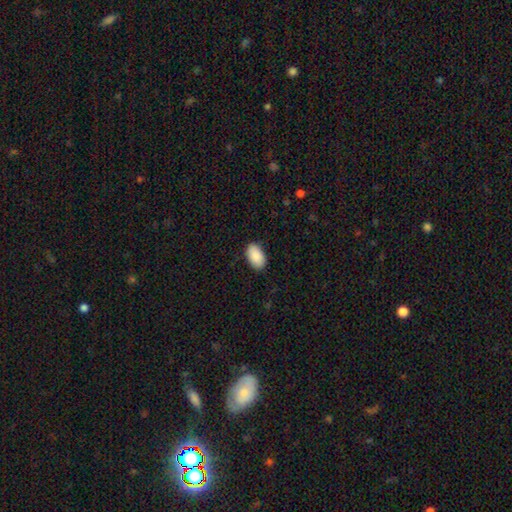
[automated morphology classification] smooth 90%, star or artifact 6%, featured or disk 4%. Down the decision tree: how rounded — in between (95%); merging — none (88%).